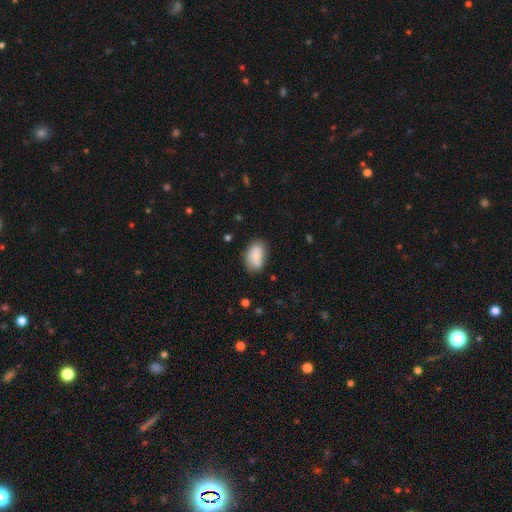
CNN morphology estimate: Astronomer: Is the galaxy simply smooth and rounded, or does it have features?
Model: smooth — 79%.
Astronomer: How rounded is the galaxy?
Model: in between — 91%.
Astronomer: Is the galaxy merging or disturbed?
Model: none — 67%.